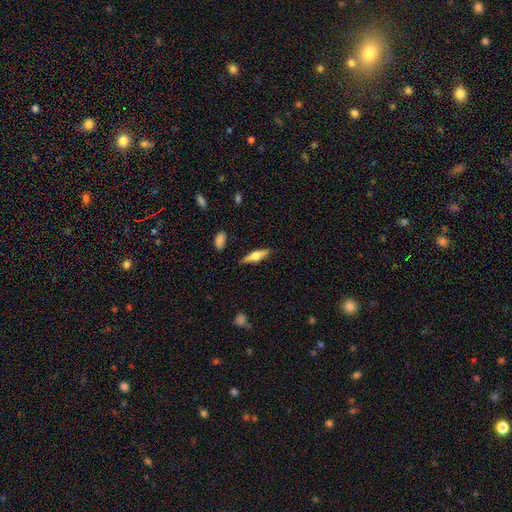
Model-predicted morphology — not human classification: Smooth or featured? Predicted: featured or disk (p=0.48). Merging? Predicted: none (p=0.86).